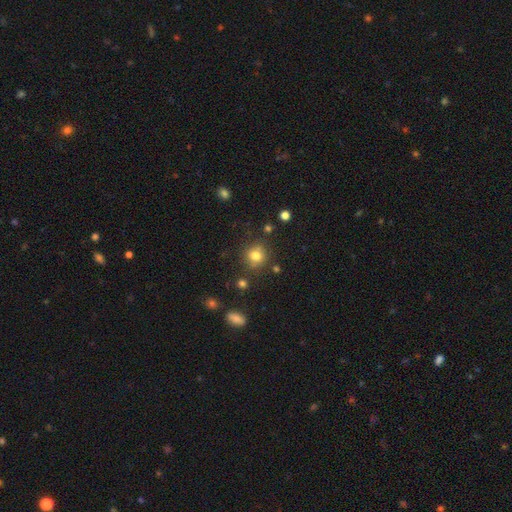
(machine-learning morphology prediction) Overall: smooth (76%). How rounded: round (85%). Merging: none (79%).